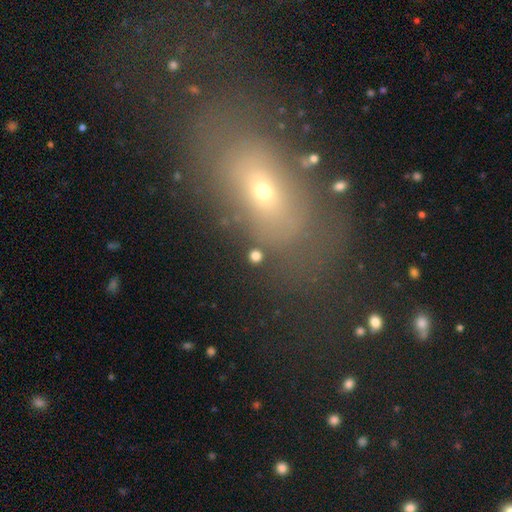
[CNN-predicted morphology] smooth_or_featured: smooth (p=0.77) [alt: star or artifact p=0.17]
how_rounded: round (p=0.85) [alt: in between p=0.12]
merging: none (p=0.87) [alt: minor disturbance p=0.06]